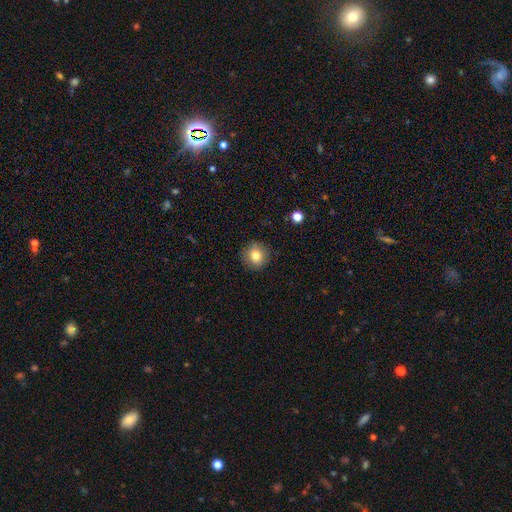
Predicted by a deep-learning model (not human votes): Smooth or featured? Predicted: smooth (p=0.80). How rounded? Predicted: round (p=0.90). Merging? Predicted: none (p=0.88).